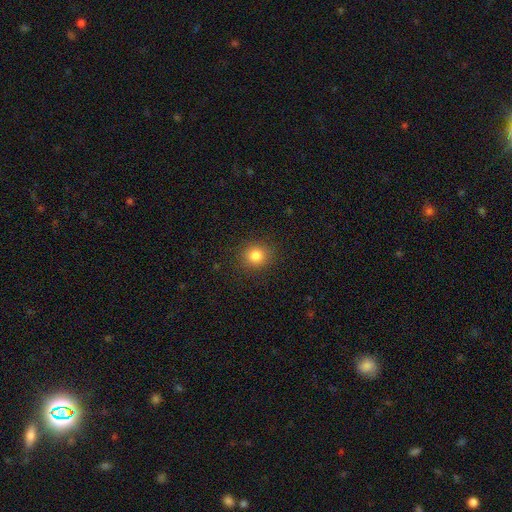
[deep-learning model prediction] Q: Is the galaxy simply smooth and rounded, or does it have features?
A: smooth — 83%.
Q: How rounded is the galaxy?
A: round — 87%.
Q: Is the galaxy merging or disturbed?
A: none — 89%.